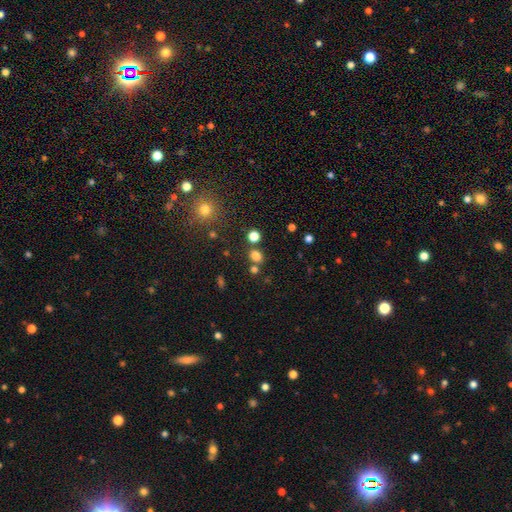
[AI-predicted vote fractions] Smooth or featured? smooth (76%)
How rounded? round (57%)
Merging? none (70%)